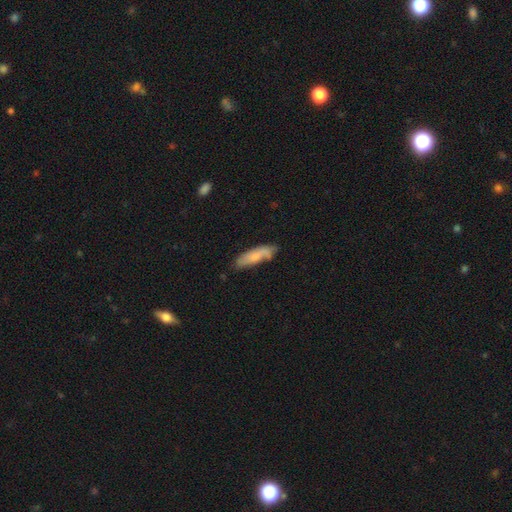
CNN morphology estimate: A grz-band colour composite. It shows a smooth galaxy with no disk features (64%) that is cigar-shaped (59%). Merging: none (65%).